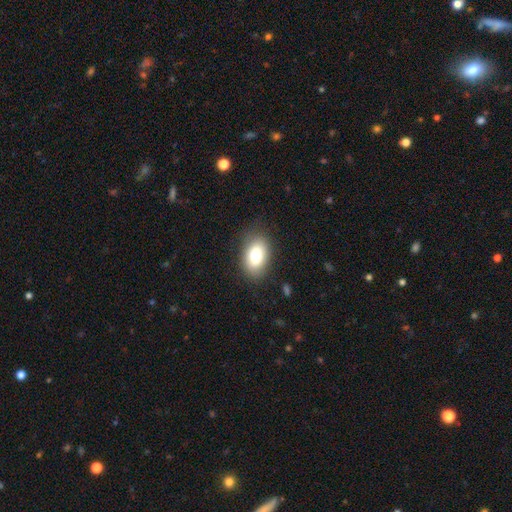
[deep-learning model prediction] Smooth or featured: smooth — 81% (featured or disk — 11%)
How rounded: in between — 89% (round — 10%)
Merging: none — 81% (minor disturbance — 14%)